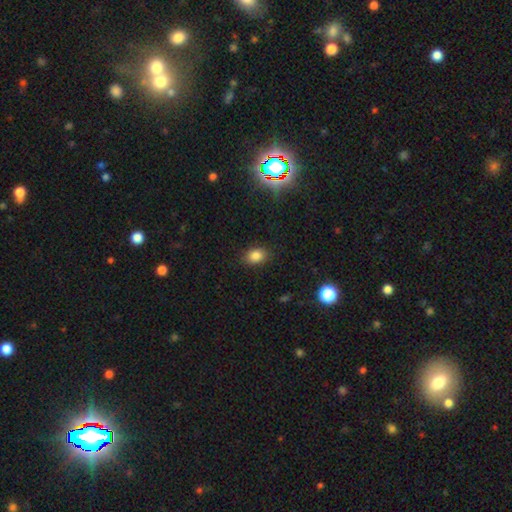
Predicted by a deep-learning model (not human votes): A smooth galaxy with no disk features (82%) that is in between round and cigar-shaped (70%). Merging: none (84%).